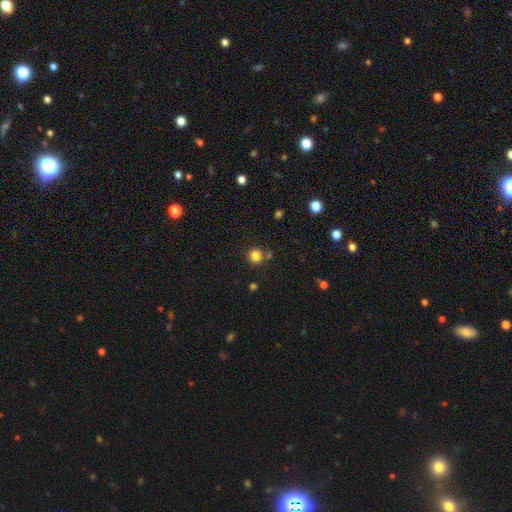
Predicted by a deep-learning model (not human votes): Smooth or featured: smooth — 82% (star or artifact — 13%)
How rounded: round — 92% (in between — 7%)
Merging: none — 77% (minor disturbance — 10%)